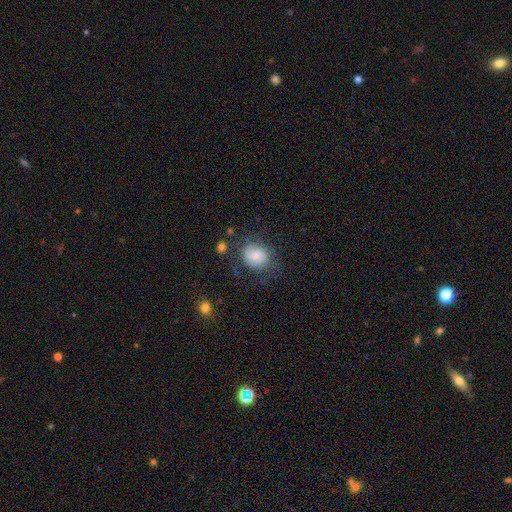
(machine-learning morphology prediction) smooth_or_featured: smooth (p=0.72) [alt: featured or disk p=0.19]
how_rounded: round (p=0.62) [alt: in between p=0.37]
merging: none (p=0.59) [alt: minor disturbance p=0.24]